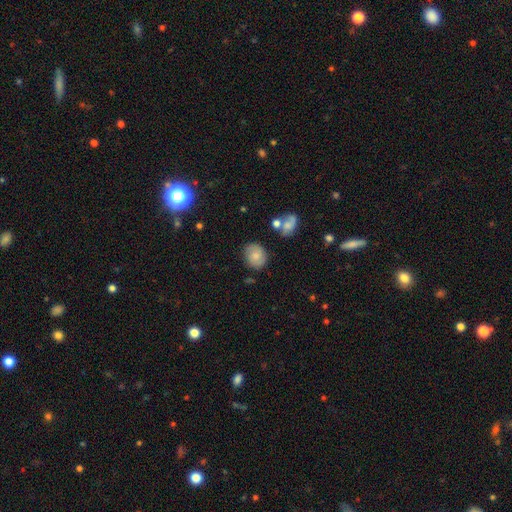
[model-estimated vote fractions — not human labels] Smooth or featured? Predicted: smooth (p=0.68). How rounded? Predicted: round (p=0.62). Merging? Predicted: none (p=0.77).